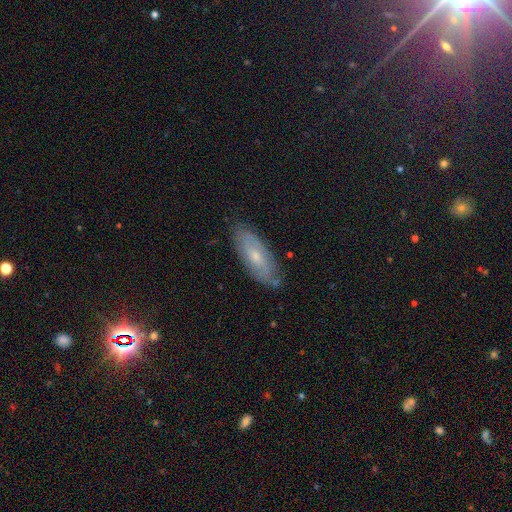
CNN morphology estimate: The model was most divided on "smooth or featured": featured or disk: 53%, smooth: 39%, star or artifact: 8%. More confident: edge-on disk — no (79%); merging — none (78%).